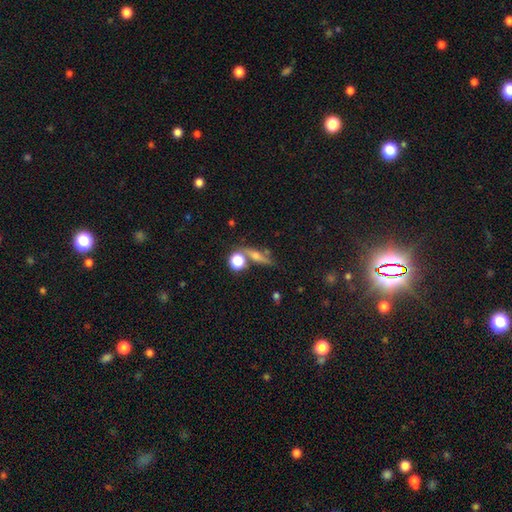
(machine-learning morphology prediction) Smooth or featured: smooth — 43% (featured or disk — 40%)
Merging: none — 63% (merger — 16%)